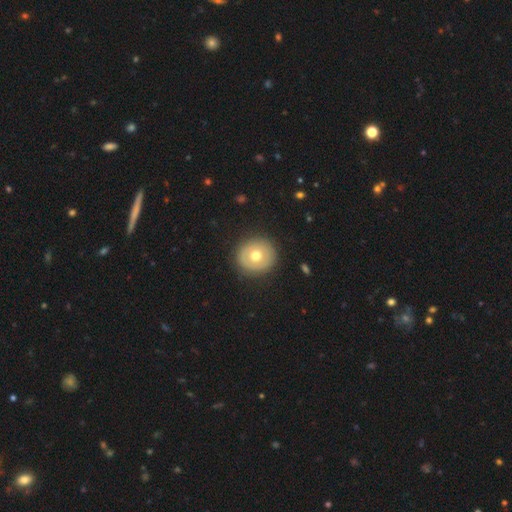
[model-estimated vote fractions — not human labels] Q: Smooth or featured?
A: smooth (62%); runner-up: featured or disk (30%)
Q: How rounded?
A: round (89%); runner-up: in between (10%)
Q: Merging?
A: none (88%); runner-up: minor disturbance (8%)